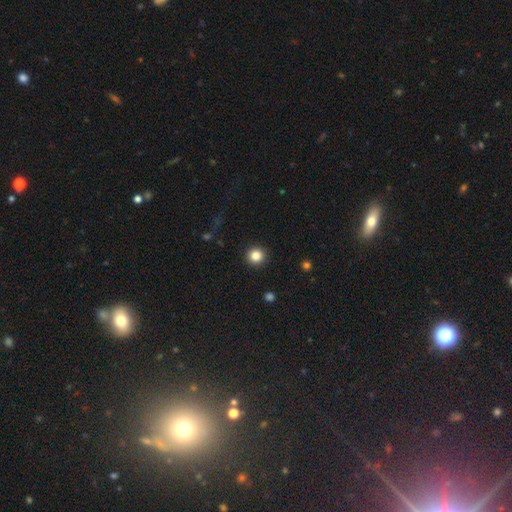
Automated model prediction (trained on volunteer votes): smooth-or-featured: smooth: 85% | star or artifact: 11% | featured or disk: 4%
  how-rounded: round: 94% | in between: 5% | cigar-shaped: 1%
  merging: none: 93% | minor disturbance: 5% | major disturbance: 2% | merger: 1%